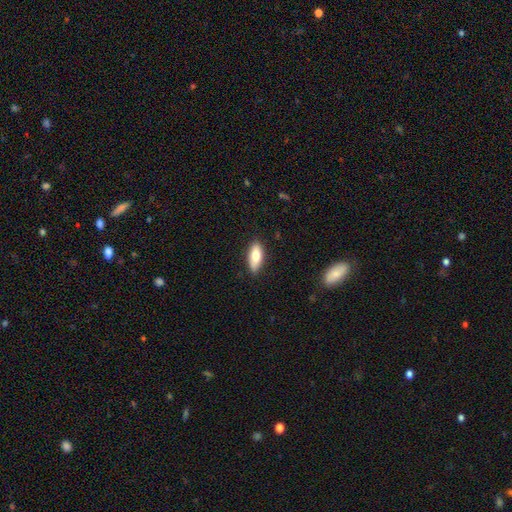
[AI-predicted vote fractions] smooth_or_featured: smooth (p=0.74) [alt: featured or disk p=0.19]
how_rounded: in between (p=0.74) [alt: cigar-shaped p=0.24]
merging: none (p=0.86) [alt: minor disturbance p=0.11]